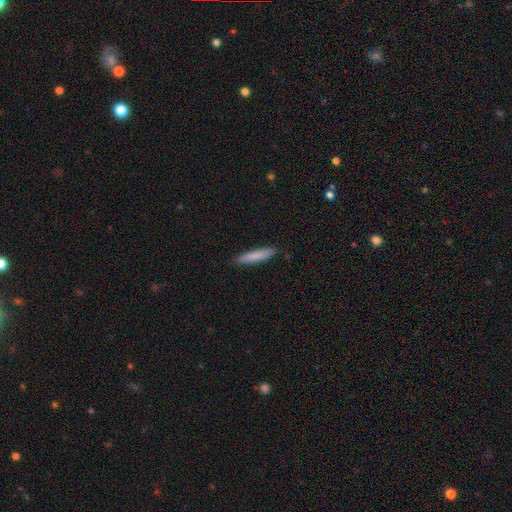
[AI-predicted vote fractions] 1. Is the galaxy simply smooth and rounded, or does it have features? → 82% smooth, 12% featured or disk, 6% star or artifact.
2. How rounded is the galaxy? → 89% cigar-shaped, 10% in between, 1% round.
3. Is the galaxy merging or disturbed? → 88% none, 9% minor disturbance, 2% major disturbance, 1% merger.